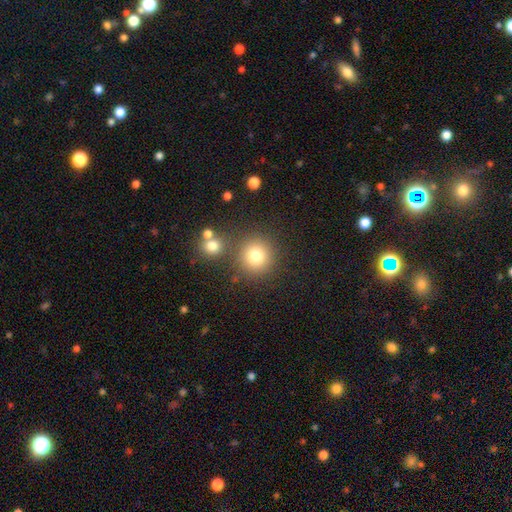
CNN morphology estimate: smooth 77%, star or artifact 13%, featured or disk 9%. Down the decision tree: how rounded — round (93%); merging — none (79%).